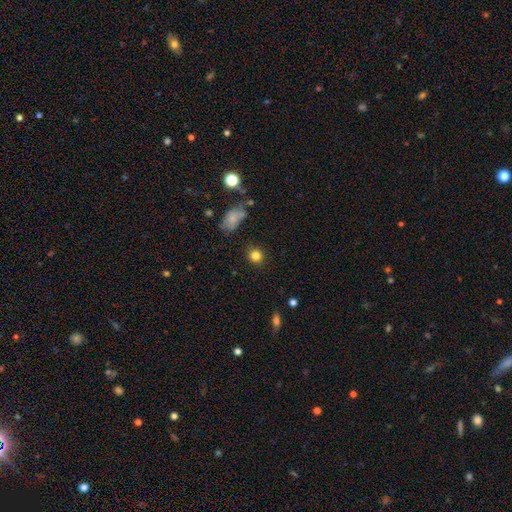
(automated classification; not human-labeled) smooth-or-featured: smooth: 83% | star or artifact: 12% | featured or disk: 6%
  how-rounded: round: 87% | in between: 11% | cigar-shaped: 1%
  merging: none: 87% | minor disturbance: 8% | major disturbance: 3% | merger: 2%